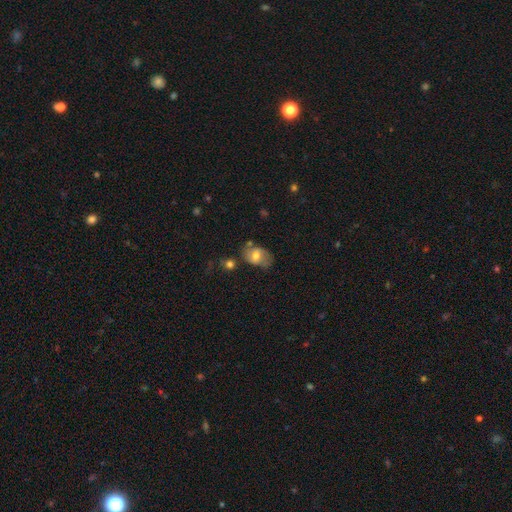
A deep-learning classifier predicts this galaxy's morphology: The model was most divided on "smooth or featured": smooth: 54%, featured or disk: 38%, star or artifact: 9%. More confident: how rounded — in between (75%); merging — none (55%).